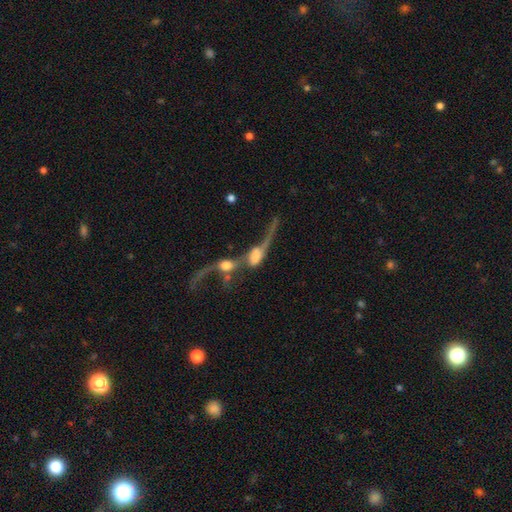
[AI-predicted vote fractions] smooth_or_featured: featured or disk (p=0.55) [alt: smooth p=0.33]
disk_edge_on: no (p=0.75) [alt: yes p=0.25]
merging: merger (p=0.78) [alt: major disturbance p=0.12]